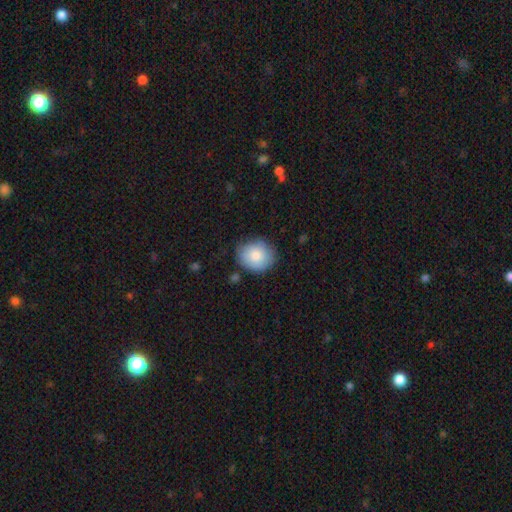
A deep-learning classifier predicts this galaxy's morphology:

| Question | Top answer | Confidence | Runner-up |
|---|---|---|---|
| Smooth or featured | smooth | 81% | featured or disk (12%) |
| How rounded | round | 69% | in between (31%) |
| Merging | none | 75% | minor disturbance (19%) |